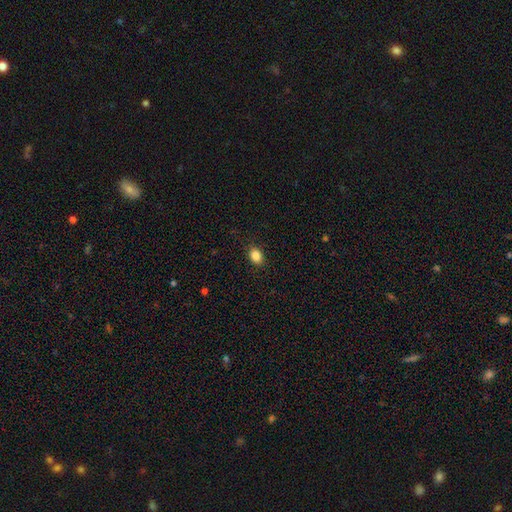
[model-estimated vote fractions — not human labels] This appears to be a smooth galaxy with no disk features (86%) that is in between round and cigar-shaped (71%). Merging: none (88%).